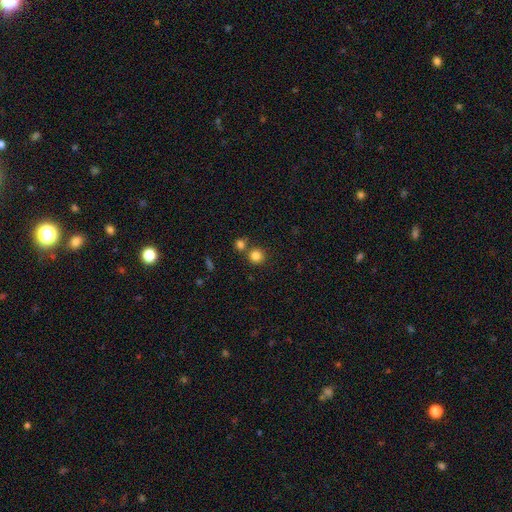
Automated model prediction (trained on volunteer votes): A smooth galaxy with no disk features (83%) that is round (93%). Merging: none (70%).